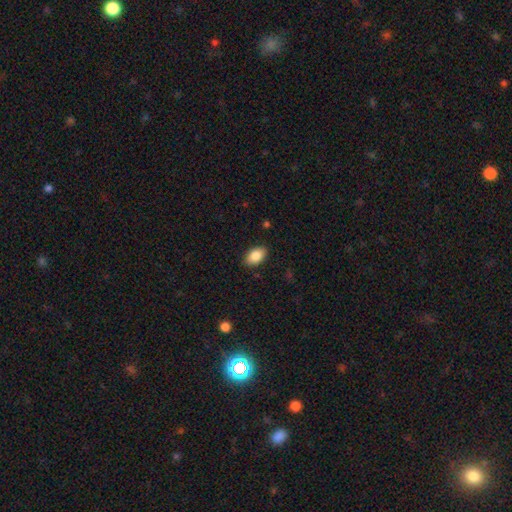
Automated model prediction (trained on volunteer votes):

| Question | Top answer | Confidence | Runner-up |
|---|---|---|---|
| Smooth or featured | smooth | 87% | star or artifact (7%) |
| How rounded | in between | 91% | round (8%) |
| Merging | none | 88% | minor disturbance (9%) |